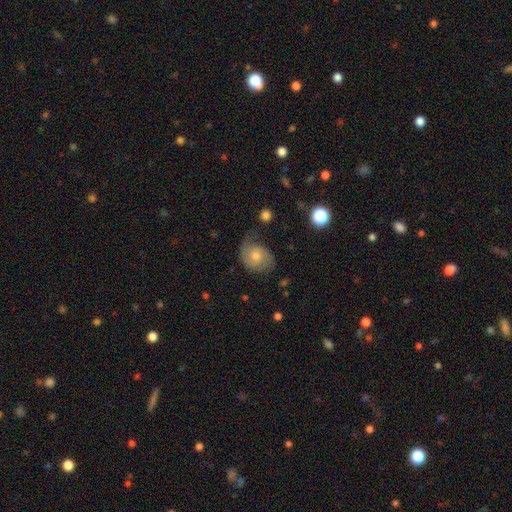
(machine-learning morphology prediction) featured or disk 56%, smooth 34%, star or artifact 10%. Down the decision tree: edge-on disk — no (97%); bar — no (75%); spiral arms — yes (87%); bulge size — moderate (57%); merging — none (54%).